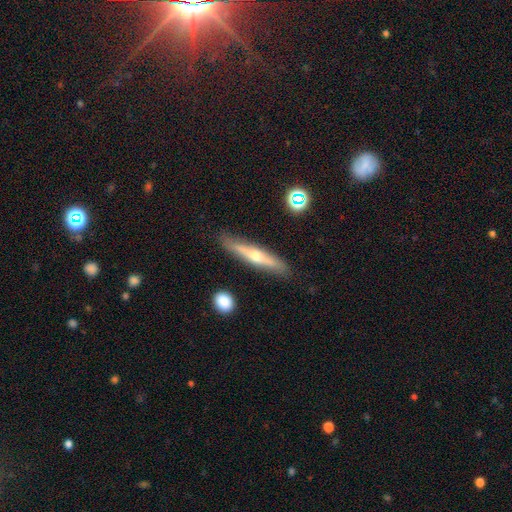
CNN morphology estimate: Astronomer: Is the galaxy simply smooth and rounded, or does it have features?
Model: featured or disk — 60%.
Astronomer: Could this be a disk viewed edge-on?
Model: yes — 91%.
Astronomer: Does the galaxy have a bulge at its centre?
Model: rounded — 88%.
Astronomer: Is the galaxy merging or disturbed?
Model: none — 86%.